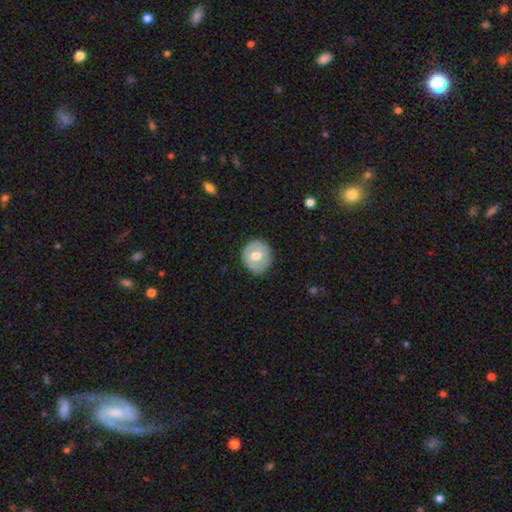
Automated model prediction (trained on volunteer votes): smooth_or_featured: smooth (p=0.56) [alt: featured or disk p=0.38]
how_rounded: round (p=0.86) [alt: in between p=0.13]
merging: none (p=0.86) [alt: minor disturbance p=0.10]